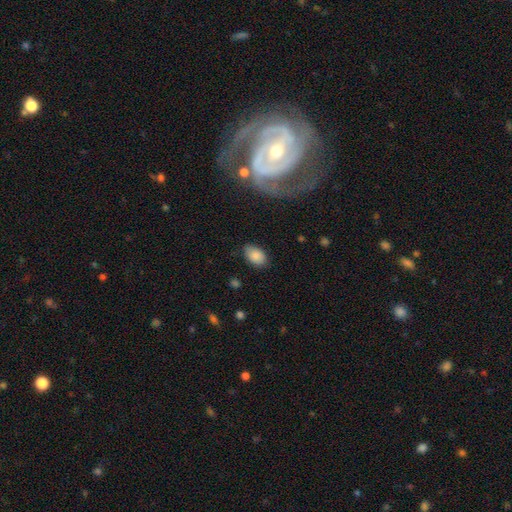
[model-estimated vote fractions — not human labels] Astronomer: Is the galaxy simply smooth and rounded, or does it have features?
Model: smooth — 87%.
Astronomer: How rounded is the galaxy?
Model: in between — 90%.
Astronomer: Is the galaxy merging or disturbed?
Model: none — 80%.